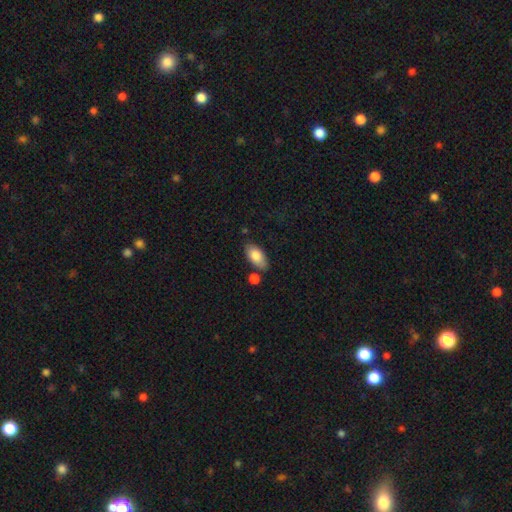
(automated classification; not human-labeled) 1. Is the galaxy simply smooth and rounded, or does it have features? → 81% smooth, 13% featured or disk, 6% star or artifact.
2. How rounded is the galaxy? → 93% in between, 4% cigar-shaped, 3% round.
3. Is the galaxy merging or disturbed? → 74% none, 14% minor disturbance, 9% merger, 3% major disturbance.